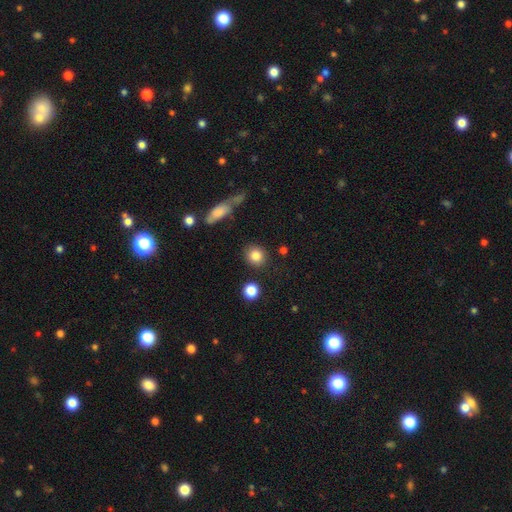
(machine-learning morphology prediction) This appears to be a smooth galaxy with no disk features (84%) that is round (86%). Merging: none (87%).